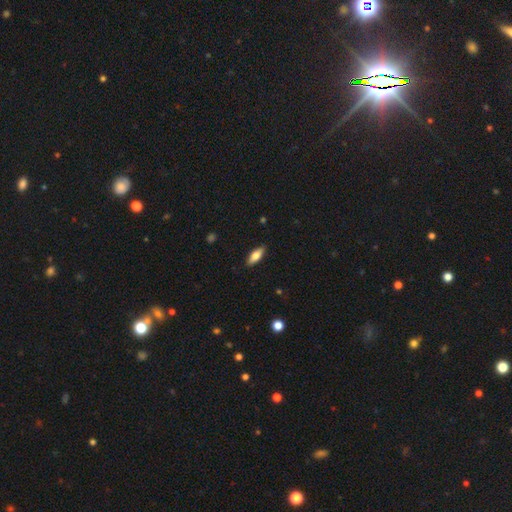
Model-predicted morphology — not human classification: type=smooth (71%); roundness=in between (71%); merging=none (88%).